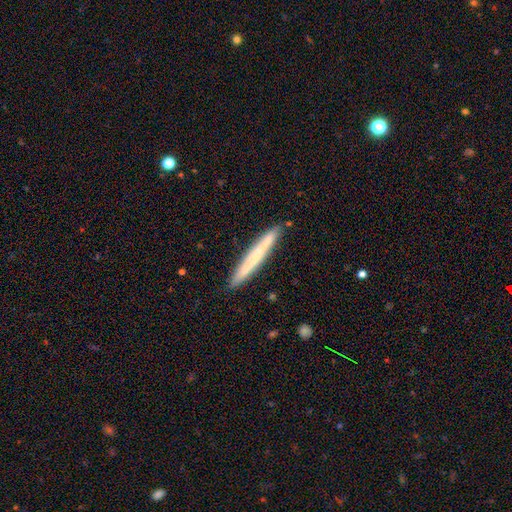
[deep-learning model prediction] This appears to be a smooth galaxy with no disk features (60%) that is cigar-shaped (97%). Merging: none (89%).